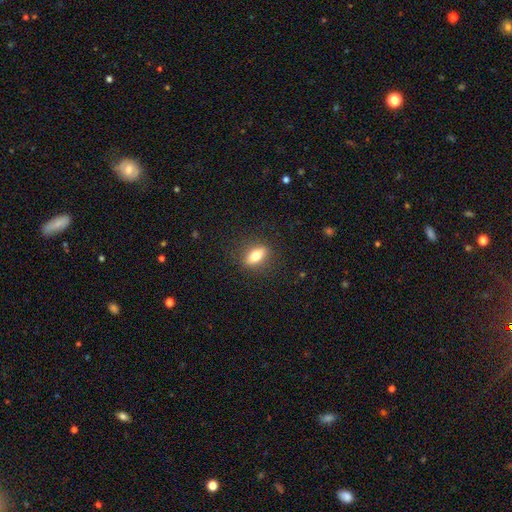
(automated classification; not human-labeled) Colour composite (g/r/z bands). It shows a smooth galaxy with no disk features (73%) that is in between round and cigar-shaped (72%). Merging: none (86%).